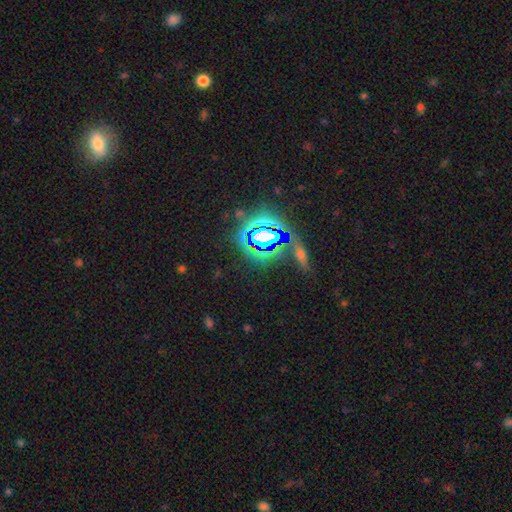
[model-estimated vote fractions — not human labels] Q: Smooth or featured?
A: star or artifact (81%); runner-up: smooth (12%)